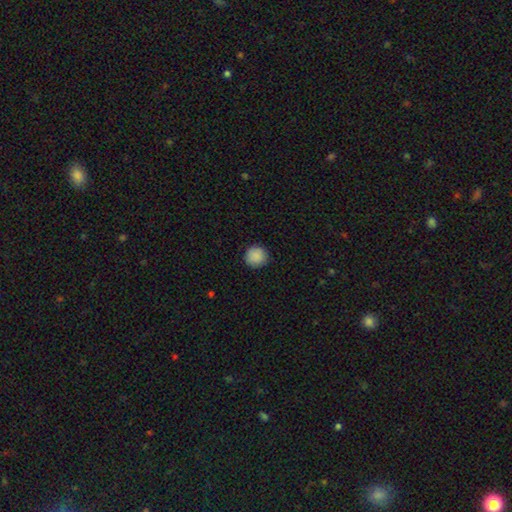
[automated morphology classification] Smooth or featured?
  - smooth: 89% *
  - star or artifact: 8%
  - featured or disk: 3%
How rounded?
  - round: 94% *
  - in between: 5%
  - cigar-shaped: 1%
Merging?
  - none: 91% *
  - minor disturbance: 6%
  - major disturbance: 2%
  - merger: 1%